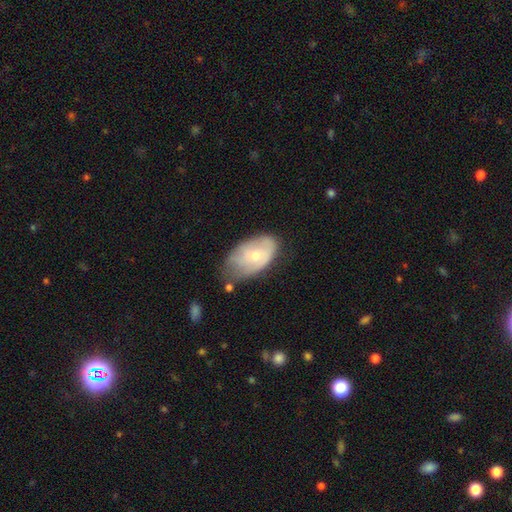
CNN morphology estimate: This appears to be a smooth galaxy with no disk features (52%) that is in between round and cigar-shaped (91%). Merging: none (41%).